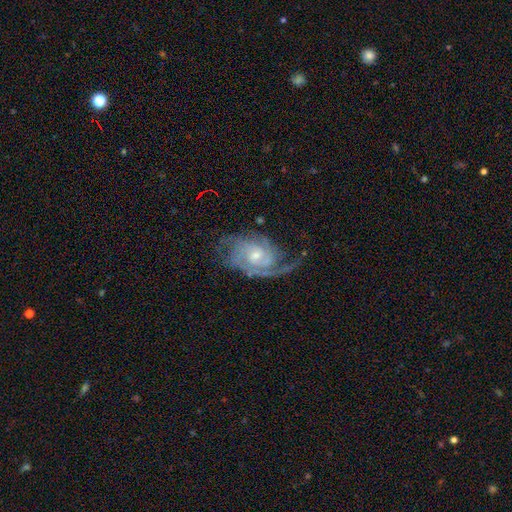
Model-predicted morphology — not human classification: smooth-or-featured: featured or disk: 89% | smooth: 6% | star or artifact: 5%
  disk-edge-on: no: 97% | yes: 3%
    bar: no: 60% | weak: 34% | strong: 6%
    has-spiral-arms: yes: 97% | no: 3%
      spiral-winding: tight: 50% | medium: 39% | loose: 11%
      spiral-arm-count: 2: 40% | 3: 22% | can't tell: 19% | 1: 7% | 4: 7% | more than 4: 5%
    bulge-size: small: 50% | moderate: 44% | none: 3% | large: 3% | dominant: 1%
  merging: none: 62% | minor disturbance: 21% | major disturbance: 15% | merger: 2%